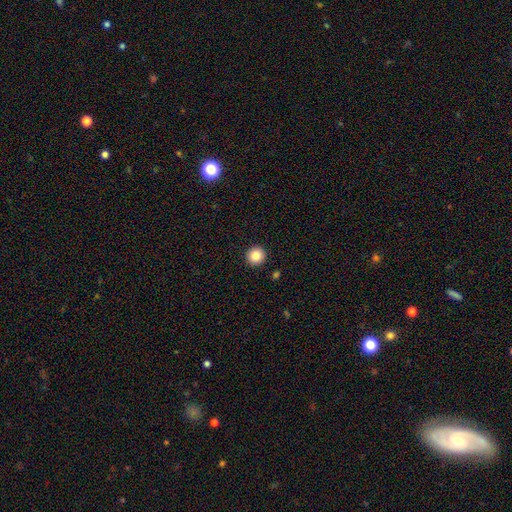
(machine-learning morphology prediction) This is clearly a smooth galaxy (86%). How rounded: clearly round (95%). Merging: clearly none (93%).